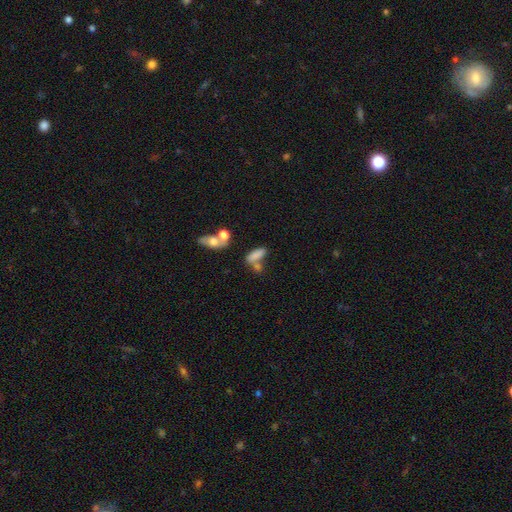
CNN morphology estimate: Q: Smooth or featured?
A: smooth (76%); runner-up: featured or disk (13%)
Q: How rounded?
A: in between (69%); runner-up: cigar-shaped (27%)
Q: Merging?
A: merger (39%); runner-up: none (38%)